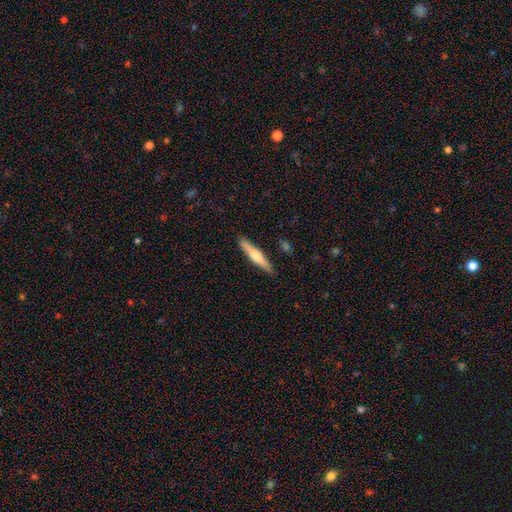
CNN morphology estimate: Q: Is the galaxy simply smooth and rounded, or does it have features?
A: smooth — 48%.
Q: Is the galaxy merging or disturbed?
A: none — 90%.